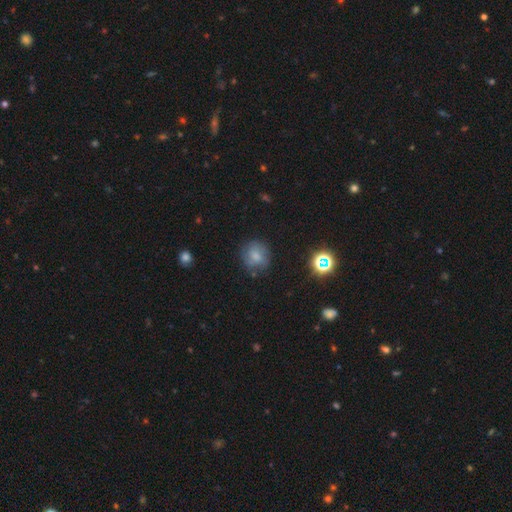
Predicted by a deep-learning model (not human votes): Smooth or featured: smooth — 65% (featured or disk — 21%)
How rounded: round — 79% (in between — 20%)
Merging: none — 72% (minor disturbance — 19%)